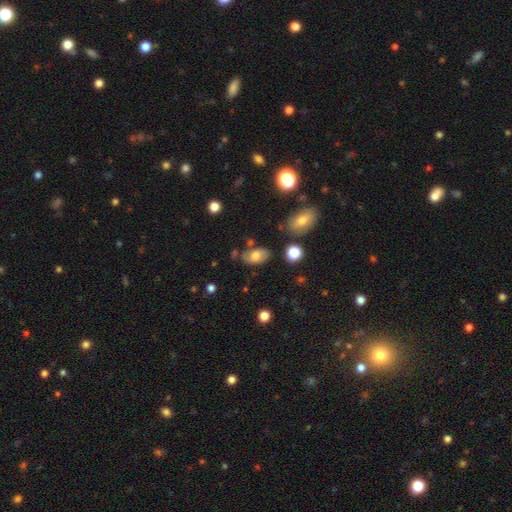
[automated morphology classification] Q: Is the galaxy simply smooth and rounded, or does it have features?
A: smooth — 64%.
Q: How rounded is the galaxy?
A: in between — 90%.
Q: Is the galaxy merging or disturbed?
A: none — 67%.